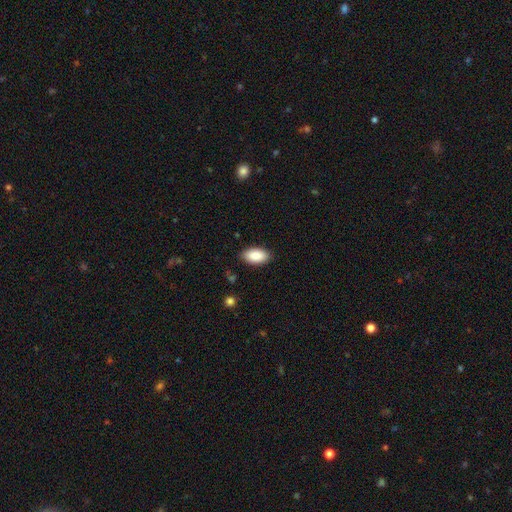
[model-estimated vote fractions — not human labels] Overall: smooth (88%). How rounded: in between (95%). Merging: none (88%).